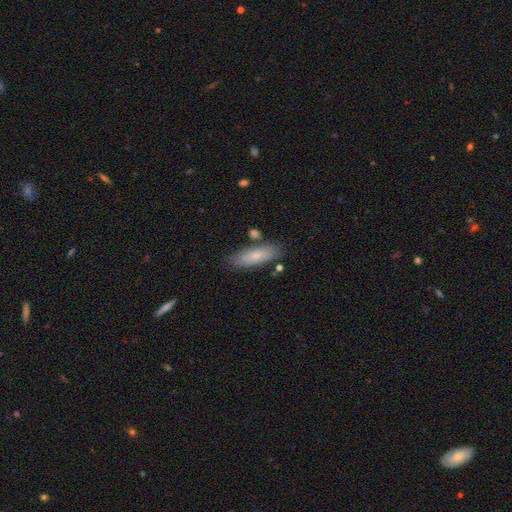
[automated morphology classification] This appears to be a smooth galaxy with no disk features (76%) that is in between round and cigar-shaped (54%). Merging: none (80%).